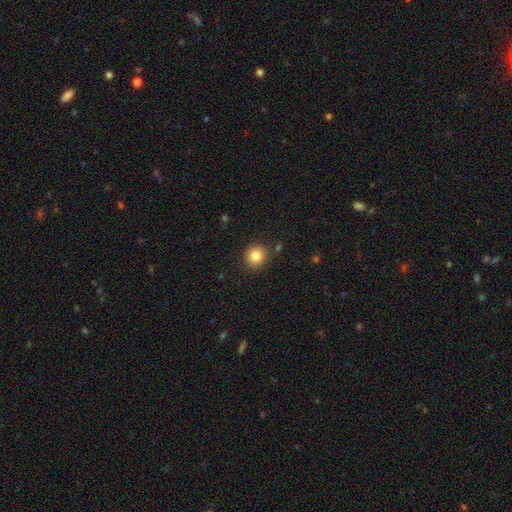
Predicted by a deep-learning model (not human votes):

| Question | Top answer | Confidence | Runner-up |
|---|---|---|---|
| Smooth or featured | smooth | 83% | star or artifact (11%) |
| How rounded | round | 90% | in between (9%) |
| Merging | none | 87% | minor disturbance (8%) |